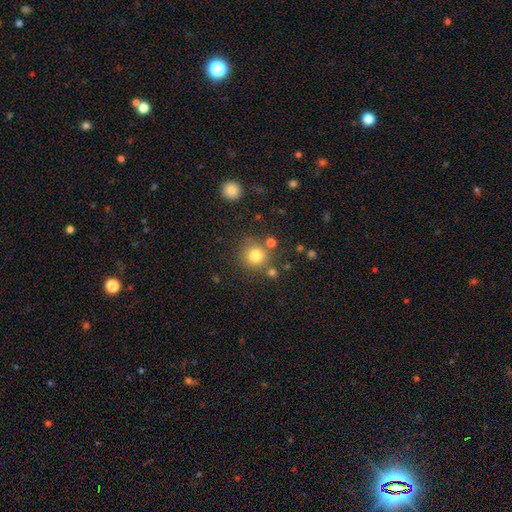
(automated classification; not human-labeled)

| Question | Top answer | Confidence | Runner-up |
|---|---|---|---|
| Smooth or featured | smooth | 79% | star or artifact (14%) |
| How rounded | round | 92% | in between (7%) |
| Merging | none | 77% | minor disturbance (10%) |